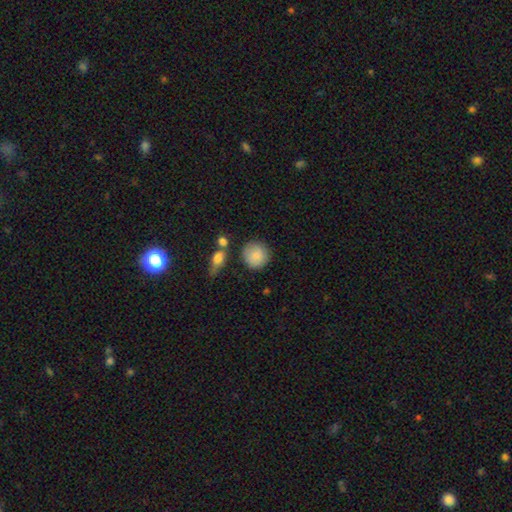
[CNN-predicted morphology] The model was most divided on "merging": none: 79%, minor disturbance: 12%, merger: 6%, major disturbance: 4%. More confident: how rounded — round (92%); smooth or featured — smooth (86%).